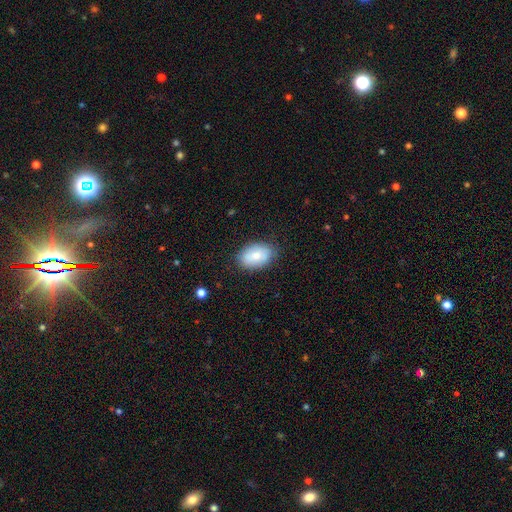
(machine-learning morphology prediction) smooth-or-featured: smooth: 78% | featured or disk: 15% | star or artifact: 7%
  how-rounded: in between: 87% | round: 11% | cigar-shaped: 1%
  merging: none: 82% | minor disturbance: 14% | major disturbance: 3% | merger: 1%